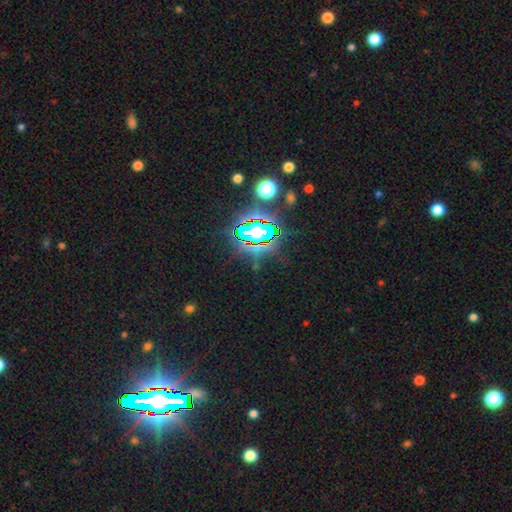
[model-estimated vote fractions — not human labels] This appears to be a star or artifact, not a galaxy (78%).